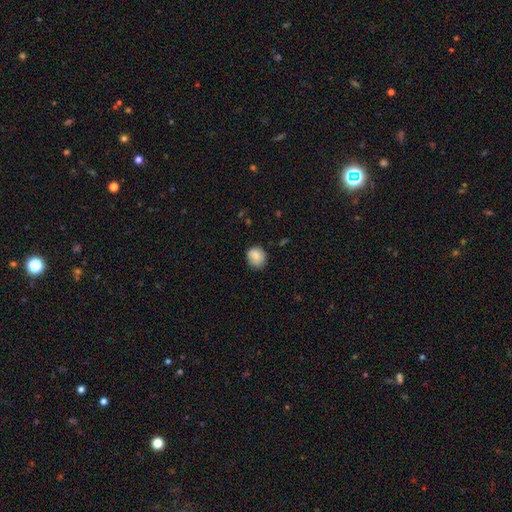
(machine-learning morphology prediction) The model was most divided on "merging": none: 76%, minor disturbance: 19%, major disturbance: 4%, merger: 1%. More confident: smooth or featured — smooth (85%); how rounded — round (79%).